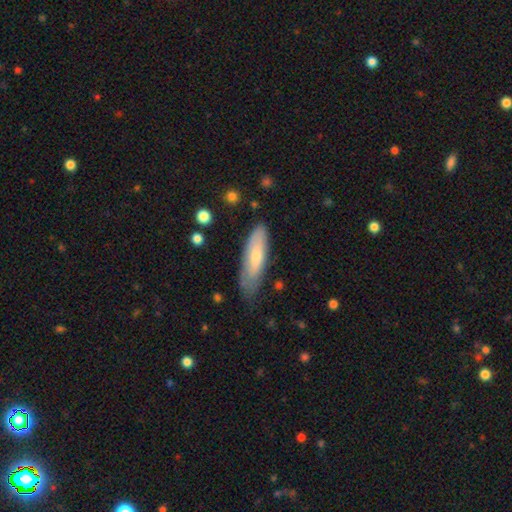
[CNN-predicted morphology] Smooth or featured?
  - smooth: 61% *
  - featured or disk: 33%
  - star or artifact: 6%
How rounded?
  - cigar-shaped: 53% *
  - in between: 45%
  - round: 2%
Merging?
  - none: 70% *
  - minor disturbance: 24%
  - major disturbance: 5%
  - merger: 2%